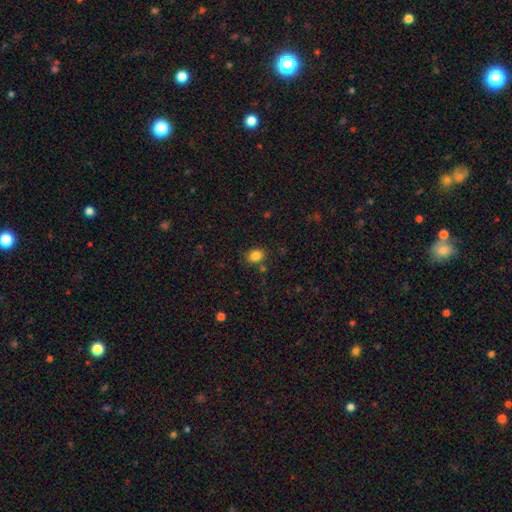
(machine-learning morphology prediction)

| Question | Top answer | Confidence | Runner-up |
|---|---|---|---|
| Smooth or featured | smooth | 83% | star or artifact (11%) |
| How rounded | round | 53% | in between (46%) |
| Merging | none | 80% | minor disturbance (11%) |